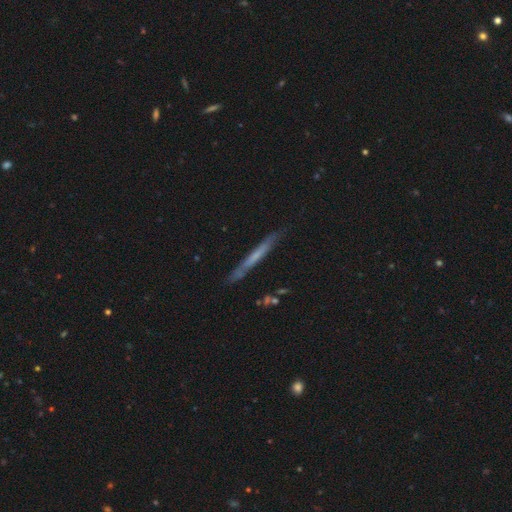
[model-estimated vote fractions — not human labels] The model was most divided on "smooth or featured": featured or disk: 50%, smooth: 44%, star or artifact: 6%. More confident: merging — none (81%).